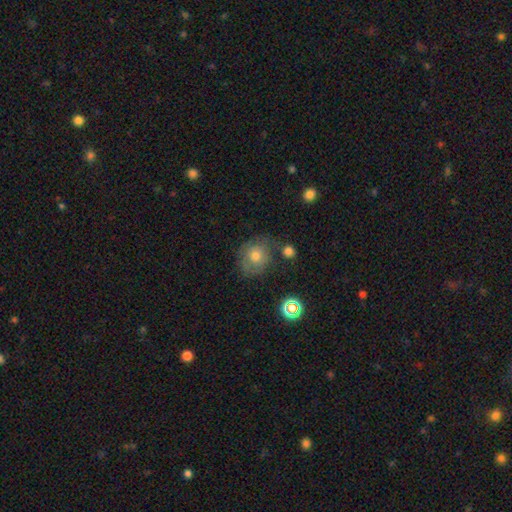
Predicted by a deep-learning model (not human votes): This is likely a smooth galaxy (64%). How rounded: likely round (76%). Merging: likely none (62%).